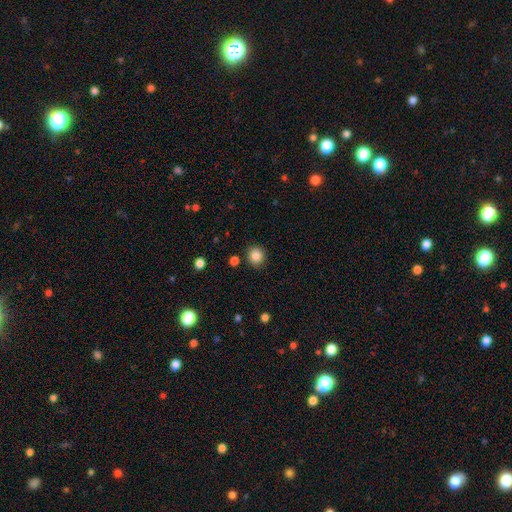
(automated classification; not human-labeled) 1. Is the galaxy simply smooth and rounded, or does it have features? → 86% smooth, 10% star or artifact, 4% featured or disk.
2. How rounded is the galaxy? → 90% round, 9% in between, 1% cigar-shaped.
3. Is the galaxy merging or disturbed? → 89% none, 7% minor disturbance, 2% major disturbance, 2% merger.